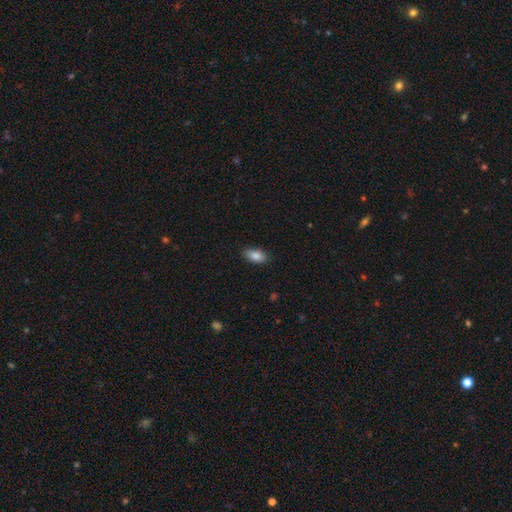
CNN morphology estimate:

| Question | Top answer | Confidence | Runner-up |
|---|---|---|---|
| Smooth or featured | smooth | 86% | star or artifact (7%) |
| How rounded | in between | 91% | cigar-shaped (5%) |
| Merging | none | 85% | minor disturbance (11%) |